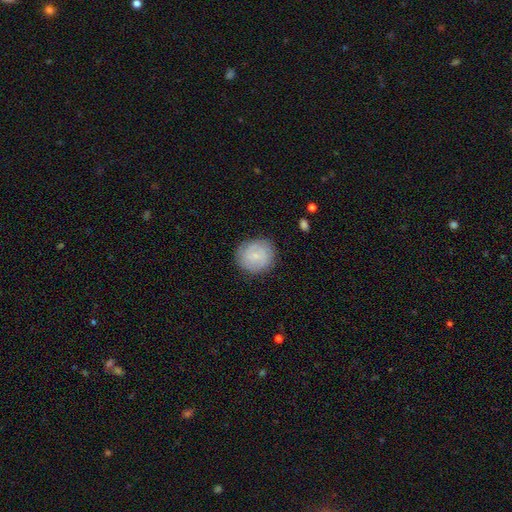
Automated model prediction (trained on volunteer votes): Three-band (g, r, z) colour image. It shows a smooth galaxy with no disk features (50%) that is round (81%). Merging: none (83%).